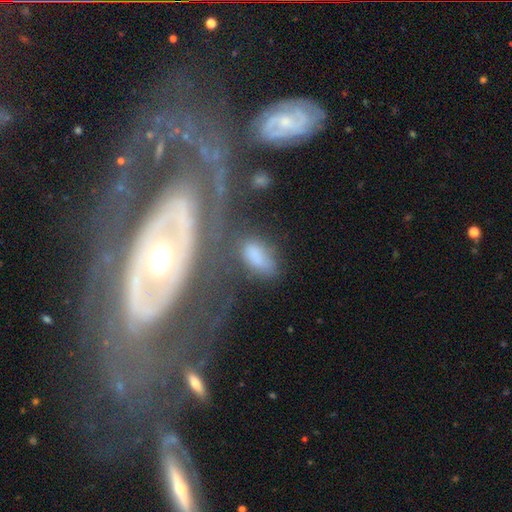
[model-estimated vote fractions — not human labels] The model was most divided on "merging": none: 54%, minor disturbance: 22%, major disturbance: 13%, merger: 11%. More confident: how rounded — in between (89%); smooth or featured — smooth (75%).